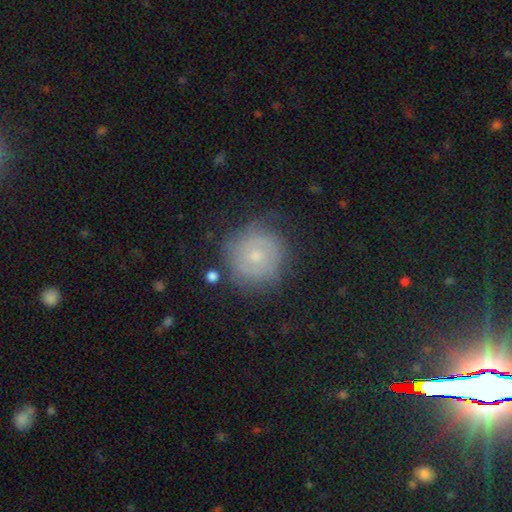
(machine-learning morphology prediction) The model was most divided on "bulge size": small: 50%, moderate: 44%, none: 3%, large: 2%, dominant: 1%. More confident: edge-on disk — no (97%); spiral arms — yes (79%); merging — none (72%); bar — no (72%); smooth or featured — featured or disk (57%).